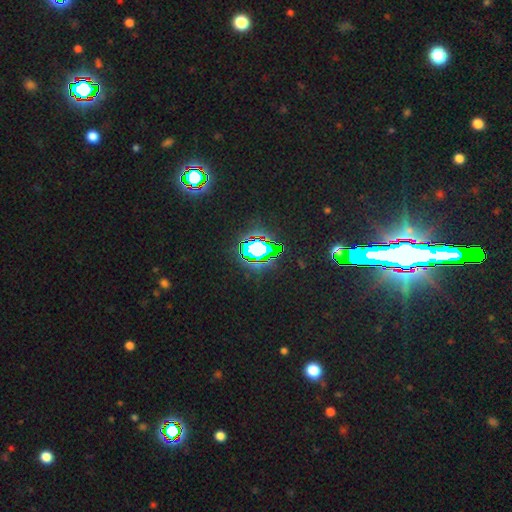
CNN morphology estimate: Smooth or featured?
  - star or artifact: 71% *
  - smooth: 17%
  - featured or disk: 12%